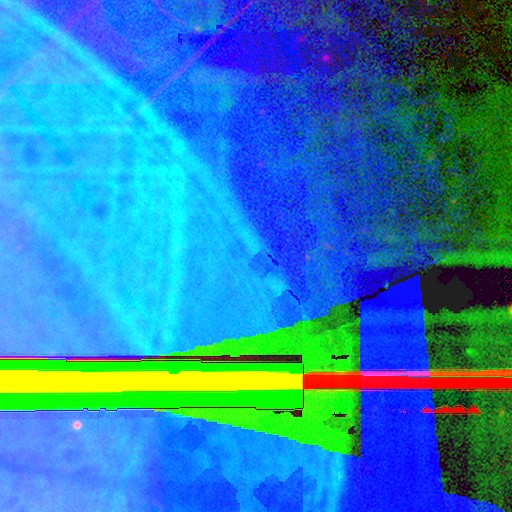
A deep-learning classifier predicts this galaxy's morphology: This is clearly a star or artifact rather than a galaxy (86%).